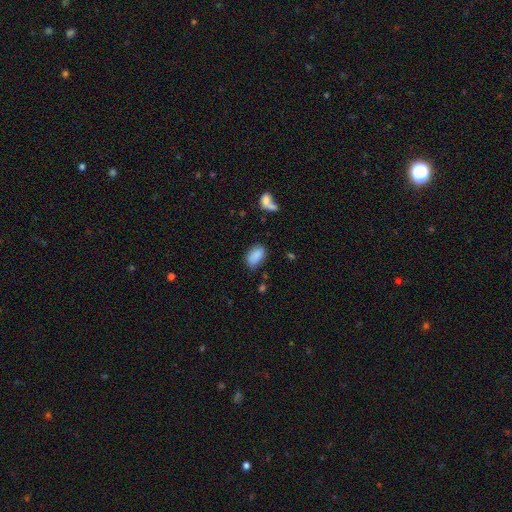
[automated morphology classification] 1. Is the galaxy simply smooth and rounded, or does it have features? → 87% smooth, 8% star or artifact, 6% featured or disk.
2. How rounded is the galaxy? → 92% in between, 6% round, 2% cigar-shaped.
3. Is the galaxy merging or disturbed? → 71% none, 20% minor disturbance, 5% major disturbance, 4% merger.